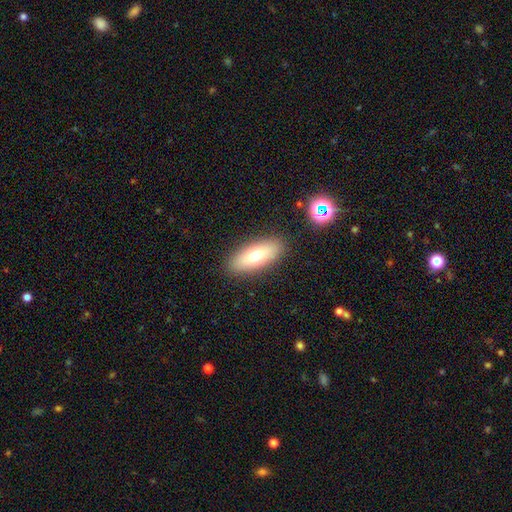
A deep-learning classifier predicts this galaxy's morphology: A smooth galaxy with no disk features (68%) that is in between round and cigar-shaped (74%).

Vote fractions:
- Smooth or featured? smooth: 68% / featured or disk: 23% / star or artifact: 8%
- How rounded? in between: 74% / cigar-shaped: 23% / round: 3%
- Merging? none: 88% / minor disturbance: 8% / major disturbance: 3% / merger: 1%